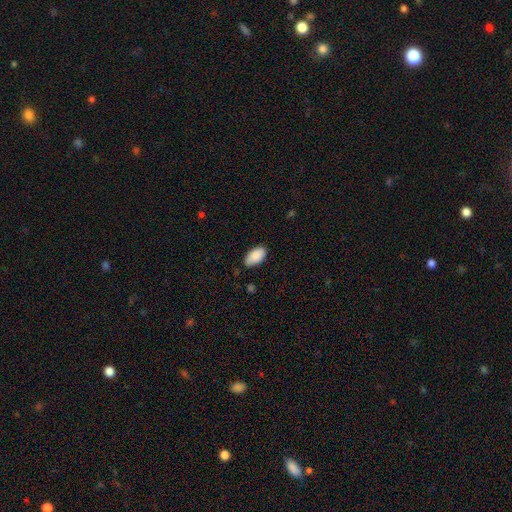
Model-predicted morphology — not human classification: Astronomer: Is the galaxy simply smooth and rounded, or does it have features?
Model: smooth — 89%.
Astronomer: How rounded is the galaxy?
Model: in between — 95%.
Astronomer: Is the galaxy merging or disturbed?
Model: none — 78%.